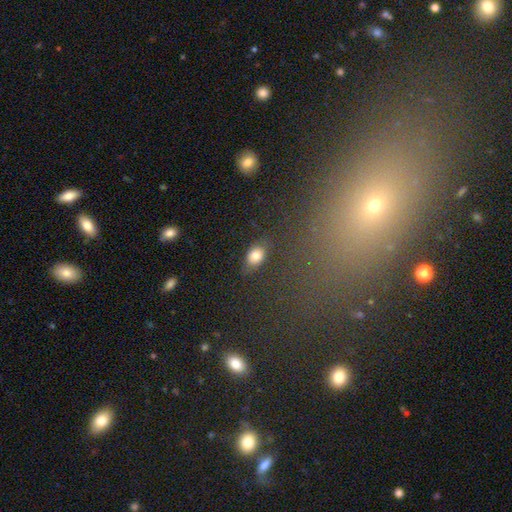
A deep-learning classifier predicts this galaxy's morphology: A smooth galaxy with no disk features (80%) that is in between round and cigar-shaped (83%).

Vote fractions:
- Smooth or featured? smooth: 80% / star or artifact: 10% / featured or disk: 10%
- How rounded? in between: 83% / round: 15% / cigar-shaped: 2%
- Merging? none: 80% / minor disturbance: 14% / major disturbance: 4% / merger: 2%